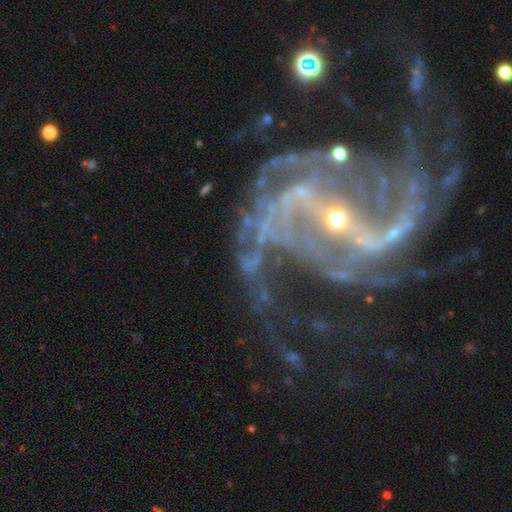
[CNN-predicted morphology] The model was most divided on "spiral winding" (2-way tie): loose: 42%, medium: 42%, tight: 15%. Remaining: spiral arms — yes (98%); edge-on disk — no (98%); smooth or featured — featured or disk (91%); bulge size — small (82%); bar — strong (60%); spiral arm count — 2 (54%); merging — none (45%).